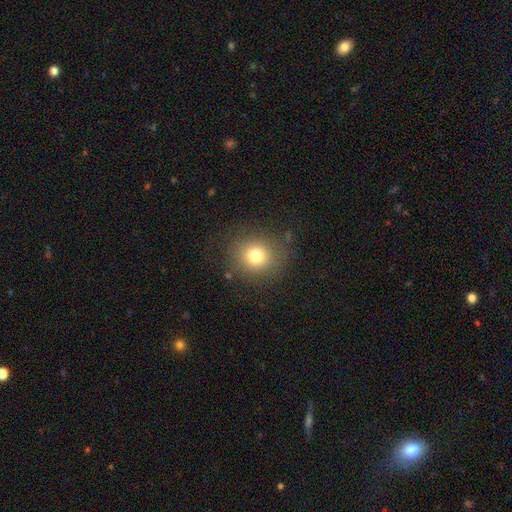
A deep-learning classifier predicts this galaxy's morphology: Smooth or featured: smooth — 76% (star or artifact — 14%)
How rounded: round — 87% (in between — 12%)
Merging: none — 84% (minor disturbance — 10%)